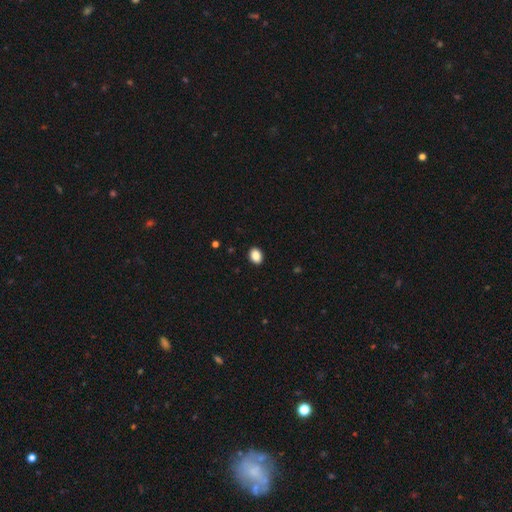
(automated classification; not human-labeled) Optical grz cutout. It shows a smooth galaxy with no disk features (89%) that is in between round and cigar-shaped (67%). Merging: none (91%).